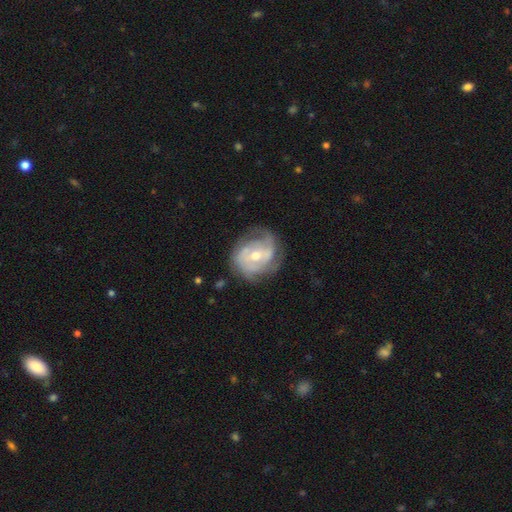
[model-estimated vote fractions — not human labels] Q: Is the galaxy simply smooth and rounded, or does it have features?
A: featured or disk — 81%.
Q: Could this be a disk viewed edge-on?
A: no — 97%.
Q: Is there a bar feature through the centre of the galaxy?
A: no — 53%.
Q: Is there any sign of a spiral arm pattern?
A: yes — 91%.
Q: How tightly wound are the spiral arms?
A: tight — 51%.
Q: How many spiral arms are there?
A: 2 — 35%.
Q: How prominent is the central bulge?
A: moderate — 56%.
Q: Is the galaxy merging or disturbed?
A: none — 66%.